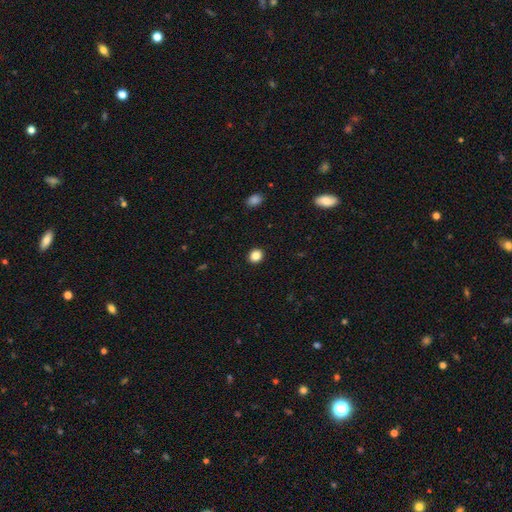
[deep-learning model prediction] A smooth galaxy with no disk features (85%) that is round (75%). Merging: none (92%).